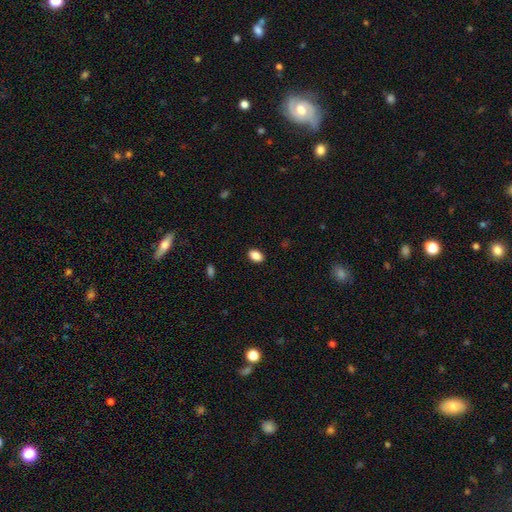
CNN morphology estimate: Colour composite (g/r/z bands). It shows a smooth galaxy with no disk features (88%) that is in between round and cigar-shaped (86%). Merging: none (89%).